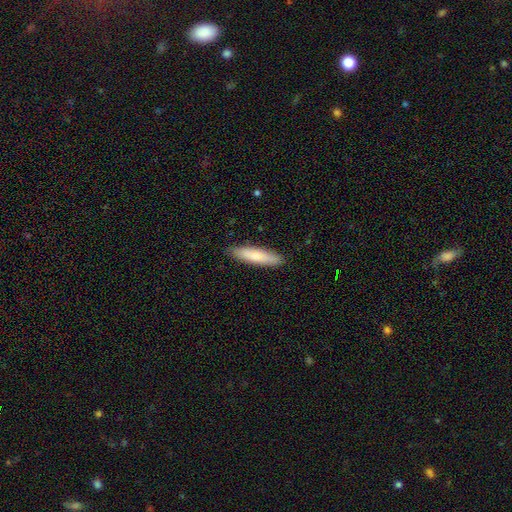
Smooth or featured?
  - smooth: 79% *
  - featured or disk: 15%
  - star or artifact: 5%
How rounded?
  - cigar-shaped: 87% *
  - in between: 13%
  - round: 0%
Merging?
  - none: 97% *
  - minor disturbance: 3%
  - major disturbance: 0%
  - merger: 0%